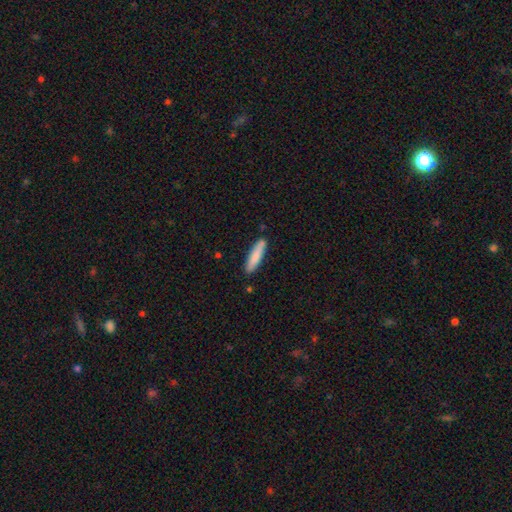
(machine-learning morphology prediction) Smooth or featured? smooth (82%)
How rounded? cigar-shaped (82%)
Merging? none (83%)